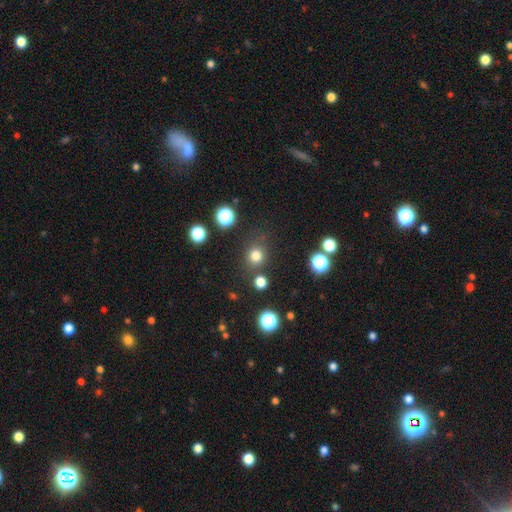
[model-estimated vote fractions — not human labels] A smooth galaxy with no disk features (77%) that is round (85%).

Vote fractions:
- Smooth or featured? smooth: 77% / star or artifact: 17% / featured or disk: 5%
- How rounded? round: 85% / in between: 14% / cigar-shaped: 1%
- Merging? none: 81% / minor disturbance: 10% / merger: 5% / major disturbance: 4%